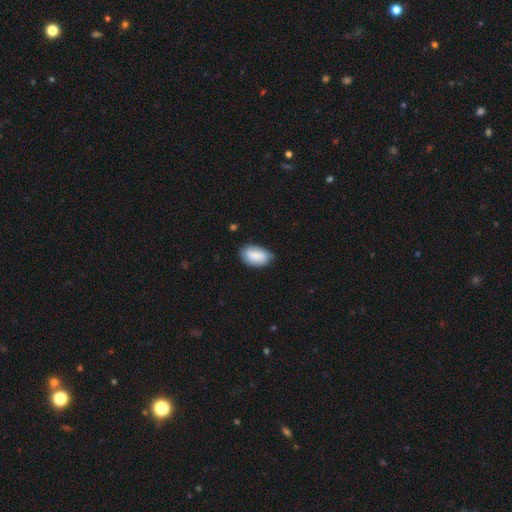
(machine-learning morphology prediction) Smooth or featured? smooth (83%)
How rounded? in between (93%)
Merging? none (64%)